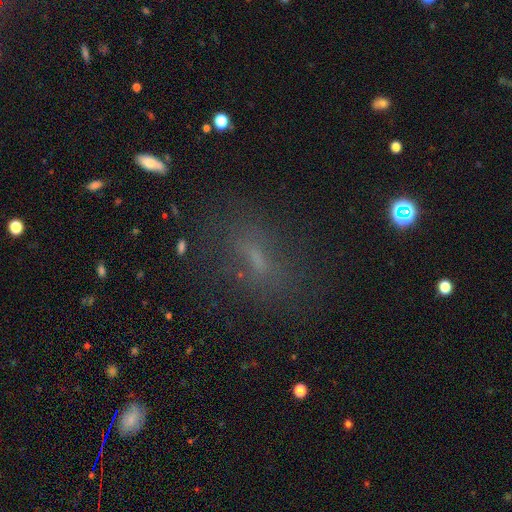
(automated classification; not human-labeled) smooth 50%, featured or disk 25%, star or artifact 25%. Down the decision tree: merging — none (70%).